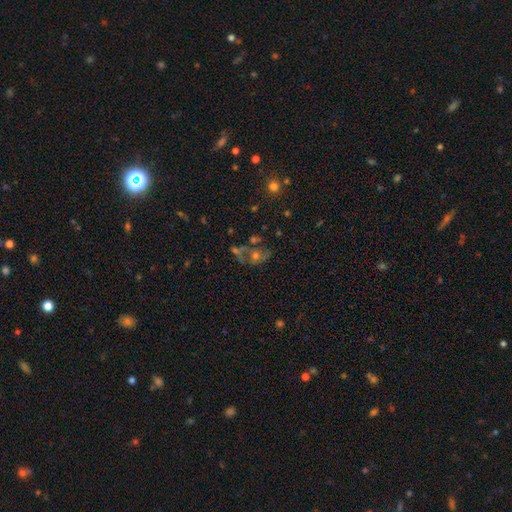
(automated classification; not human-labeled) featured or disk 49%, star or artifact 27%, smooth 24%. Down the decision tree: merging — none (48%).